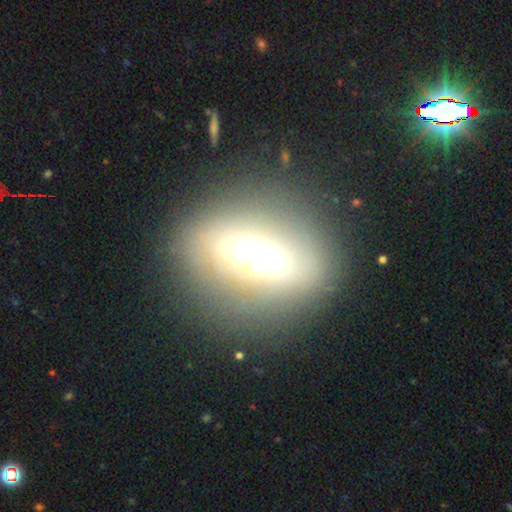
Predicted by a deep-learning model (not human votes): Overall: smooth (41%; featured or disk 38%). Merging: none (78%).